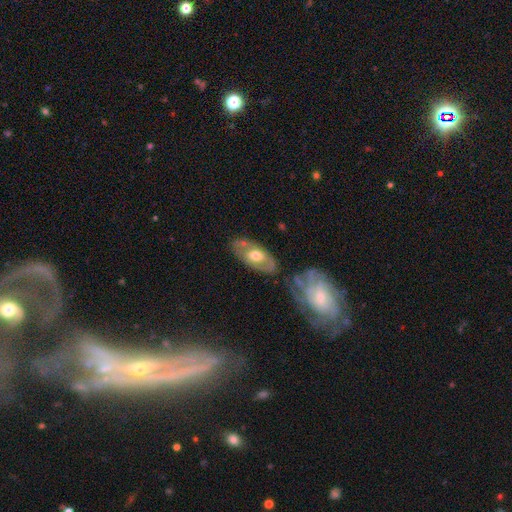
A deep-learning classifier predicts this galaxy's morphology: Smooth or featured? featured or disk (57%)
Edge-on disk? no (86%)
Merging? none (68%)